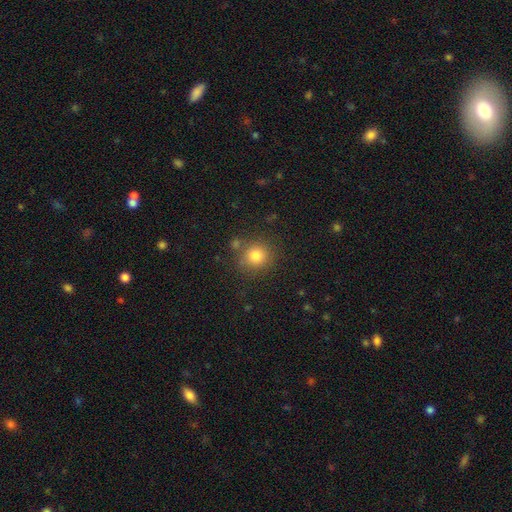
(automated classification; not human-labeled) smooth-or-featured: smooth: 81% | star or artifact: 12% | featured or disk: 7%
  how-rounded: round: 88% | in between: 11% | cigar-shaped: 1%
  merging: none: 78% | minor disturbance: 11% | merger: 7% | major disturbance: 4%